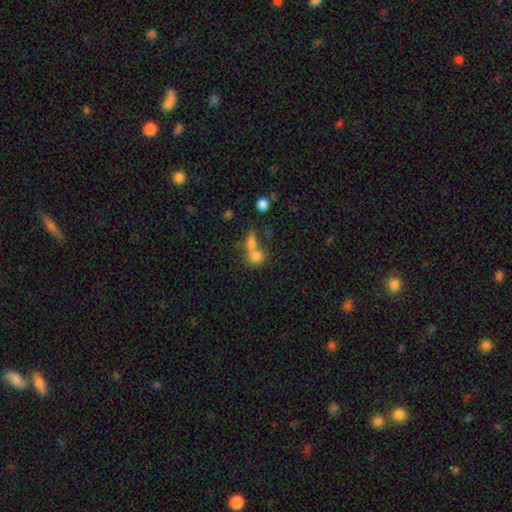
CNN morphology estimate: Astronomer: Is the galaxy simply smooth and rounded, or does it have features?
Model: smooth — 75%.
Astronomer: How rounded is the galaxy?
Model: round — 52% (runner-up: in between, 43%).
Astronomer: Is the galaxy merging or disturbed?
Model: merger — 58%.